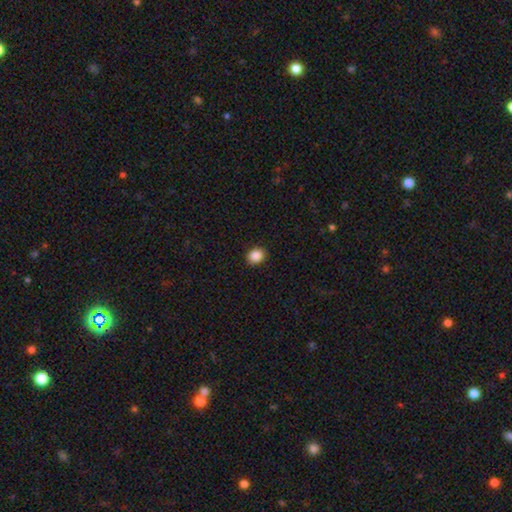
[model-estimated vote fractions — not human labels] This is clearly a smooth galaxy (88%). How rounded: likely round (67%). Merging: clearly none (90%).